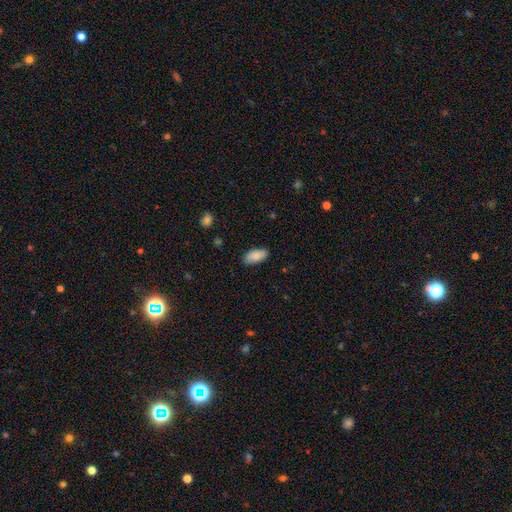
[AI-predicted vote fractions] smooth-or-featured: smooth: 87% | featured or disk: 7% | star or artifact: 6%
  how-rounded: in between: 90% | cigar-shaped: 8% | round: 2%
  merging: none: 86% | minor disturbance: 11% | major disturbance: 2% | merger: 1%